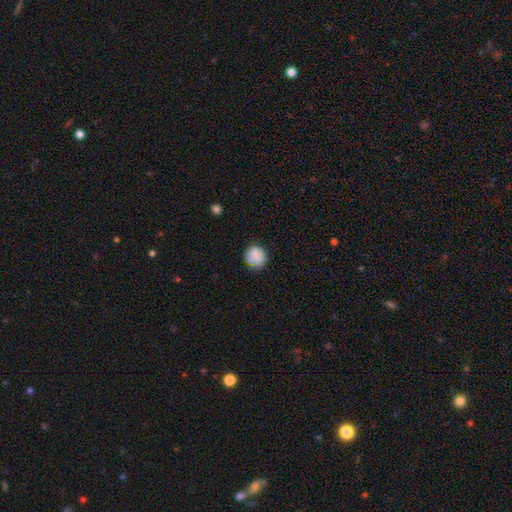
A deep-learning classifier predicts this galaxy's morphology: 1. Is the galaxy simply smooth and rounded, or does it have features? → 88% smooth, 8% star or artifact, 4% featured or disk.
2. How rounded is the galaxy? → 87% round, 13% in between, 1% cigar-shaped.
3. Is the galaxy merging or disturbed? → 78% none, 17% minor disturbance, 3% major disturbance, 1% merger.